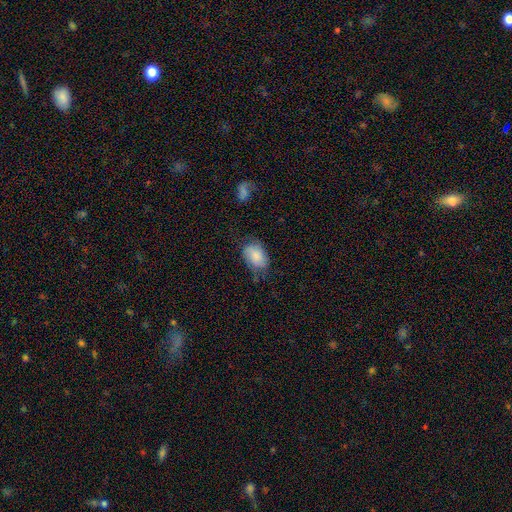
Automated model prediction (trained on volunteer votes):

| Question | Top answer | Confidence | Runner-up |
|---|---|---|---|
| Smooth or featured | smooth | 79% | featured or disk (14%) |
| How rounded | in between | 86% | round (13%) |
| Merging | none | 58% | minor disturbance (30%) |